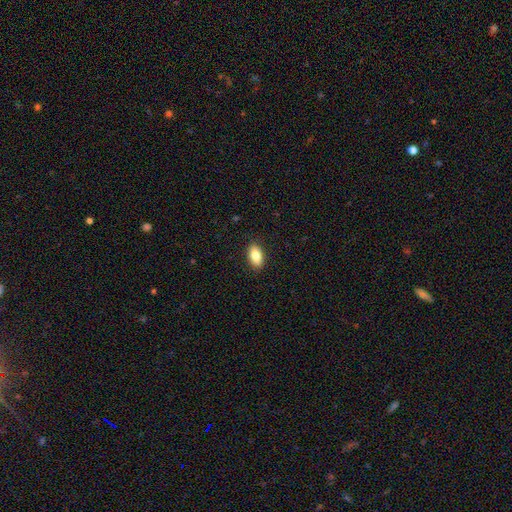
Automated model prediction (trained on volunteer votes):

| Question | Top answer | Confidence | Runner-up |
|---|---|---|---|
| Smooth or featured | smooth | 85% | featured or disk (8%) |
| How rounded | in between | 92% | round (5%) |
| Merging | none | 89% | minor disturbance (8%) |